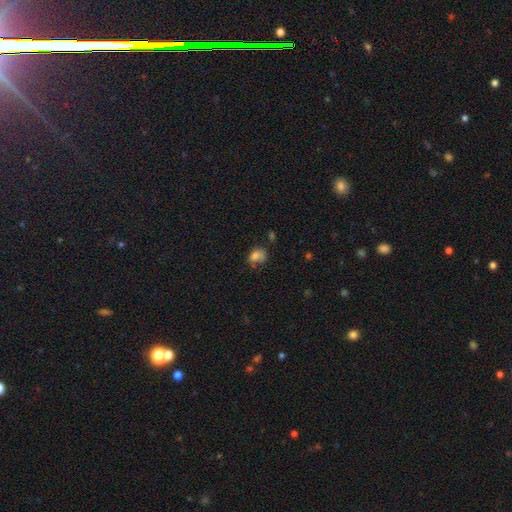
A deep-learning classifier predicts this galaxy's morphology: Overall: smooth (74%). How rounded: in between (56%; round 43%). Merging: none (40%; minor disturbance 29%).